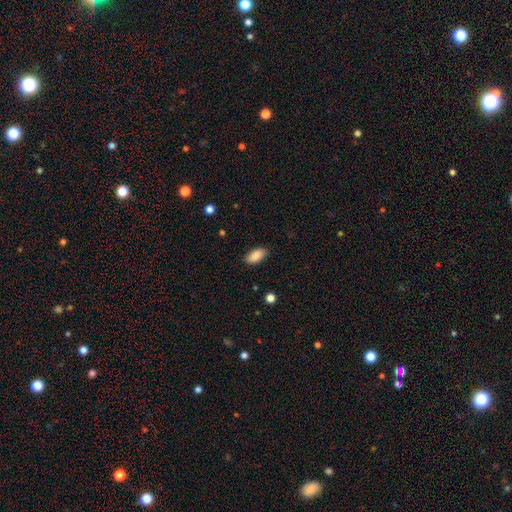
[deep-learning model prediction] Morphology: type=smooth (89%); roundness=in between (92%); merging=none (86%).